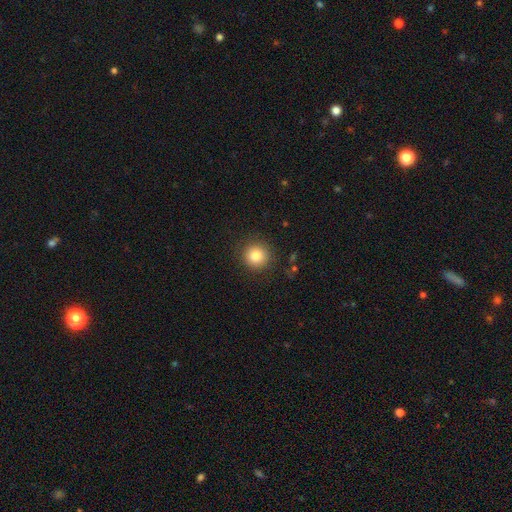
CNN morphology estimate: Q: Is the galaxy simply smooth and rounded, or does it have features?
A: smooth — 84%.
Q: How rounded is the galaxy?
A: round — 94%.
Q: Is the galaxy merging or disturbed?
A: none — 88%.